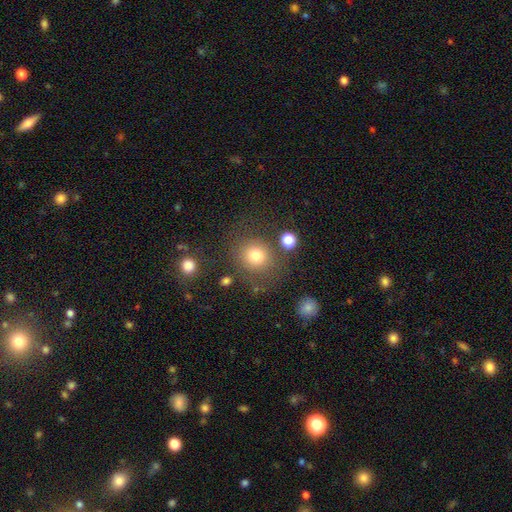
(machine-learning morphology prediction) smooth_or_featured: smooth (p=0.76) [alt: star or artifact p=0.14]
how_rounded: round (p=0.84) [alt: in between p=0.15]
merging: none (p=0.74) [alt: minor disturbance p=0.13]